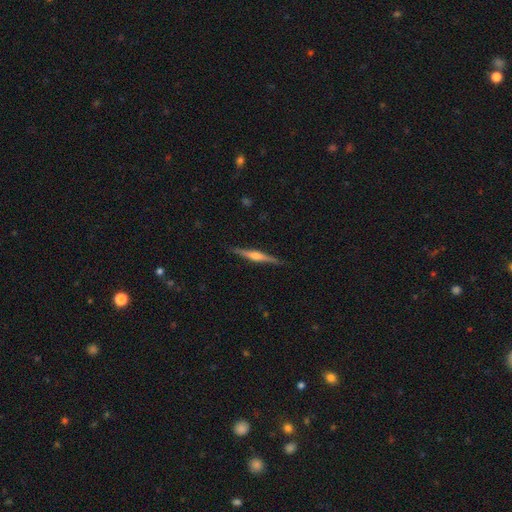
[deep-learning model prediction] Smooth or featured? Predicted: featured or disk (p=0.73). Edge-on disk? Predicted: yes (p=0.98). Edge-on bulge? Predicted: rounded (p=0.85). Merging? Predicted: none (p=0.89).